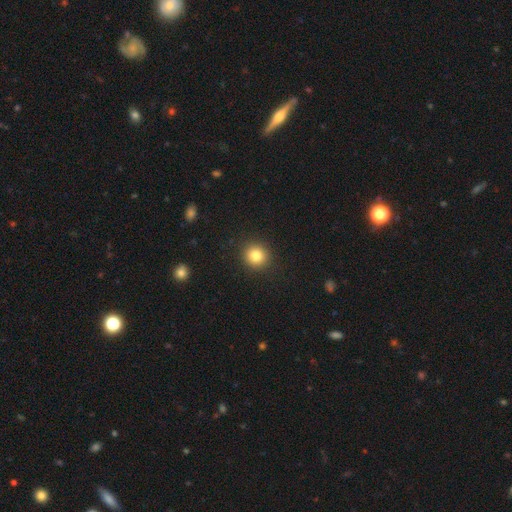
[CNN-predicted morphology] Smooth or featured? Predicted: smooth (p=0.83). How rounded? Predicted: round (p=0.91). Merging? Predicted: none (p=0.92).